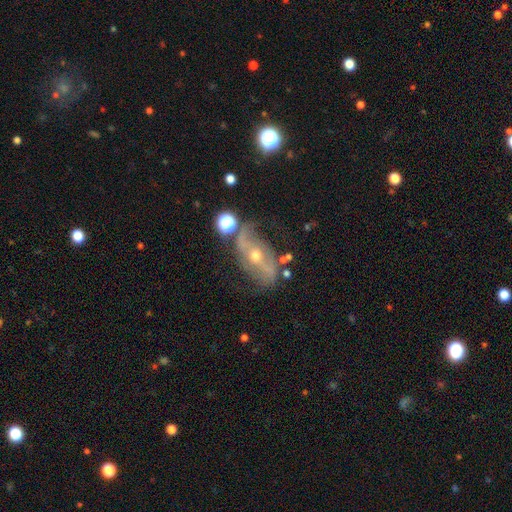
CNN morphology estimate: smooth-or-featured: featured or disk: 78% | smooth: 13% | star or artifact: 9%
  disk-edge-on: no: 89% | yes: 11%
    bar: no: 37% | strong: 35% | weak: 29%
    has-spiral-arms: yes: 79% | no: 21%
      spiral-winding: loose: 53% | medium: 31% | tight: 16%
      spiral-arm-count: 2: 82% | can't tell: 11% | 1: 4% | 3: 2% | 4: 1% | more than 4: 1%
    bulge-size: moderate: 51% | small: 46% | large: 2% | none: 1% | dominant: 1%
  merging: none: 55% | minor disturbance: 23% | major disturbance: 15% | merger: 7%